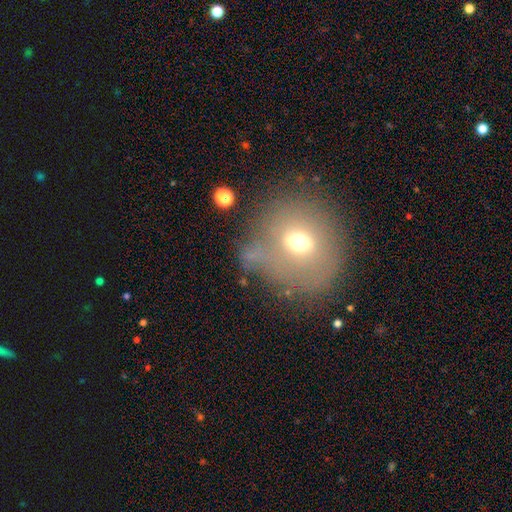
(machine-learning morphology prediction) Smooth or featured? smooth (53%)
How rounded? round (69%)
Merging? none (53%)